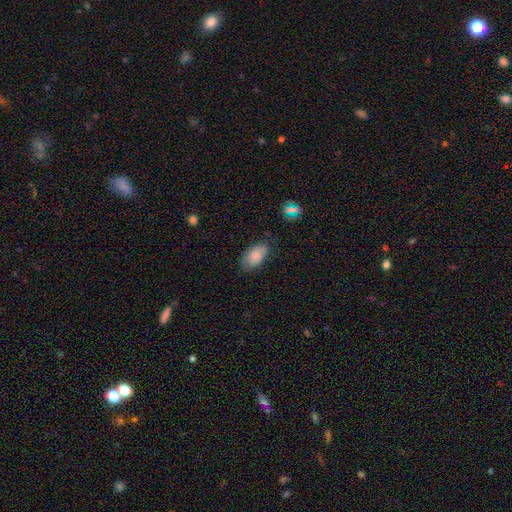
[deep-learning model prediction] Q: Smooth or featured?
A: smooth (80%); runner-up: featured or disk (12%)
Q: How rounded?
A: in between (93%); runner-up: round (4%)
Q: Merging?
A: none (72%); runner-up: minor disturbance (21%)